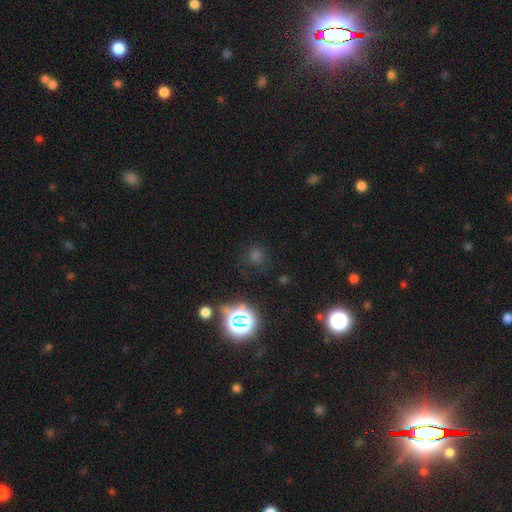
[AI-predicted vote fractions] Smooth or featured? Predicted: smooth (p=0.49). Merging? Predicted: none (p=0.82).